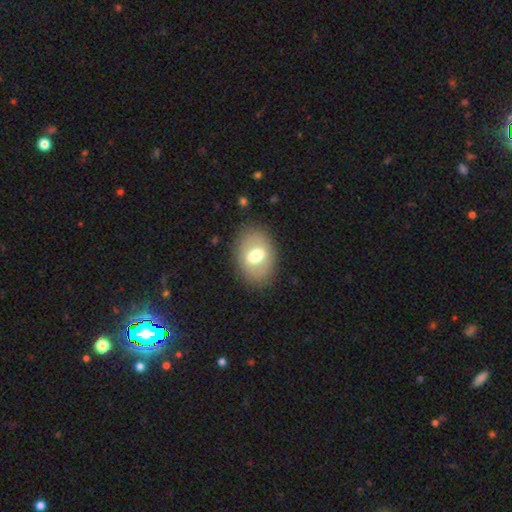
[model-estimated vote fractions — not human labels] smooth 60%, featured or disk 32%, star or artifact 9%. Down the decision tree: how rounded — in between (75%); merging — none (83%).